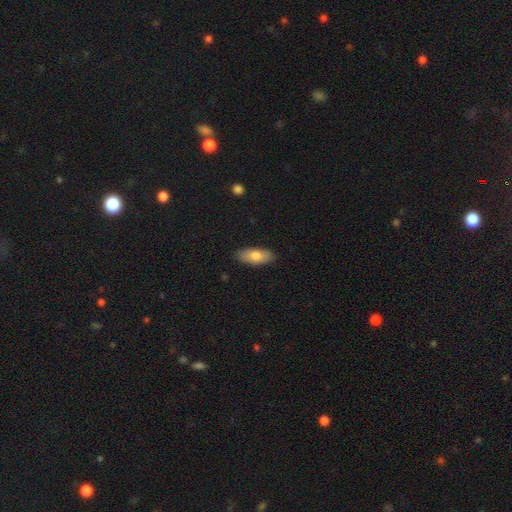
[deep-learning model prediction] A smooth galaxy with no disk features (76%) that is in between round and cigar-shaped (83%).

Vote fractions:
- Smooth or featured? smooth: 76% / featured or disk: 18% / star or artifact: 6%
- How rounded? in between: 83% / cigar-shaped: 14% / round: 2%
- Merging? none: 87% / minor disturbance: 10% / major disturbance: 2% / merger: 1%